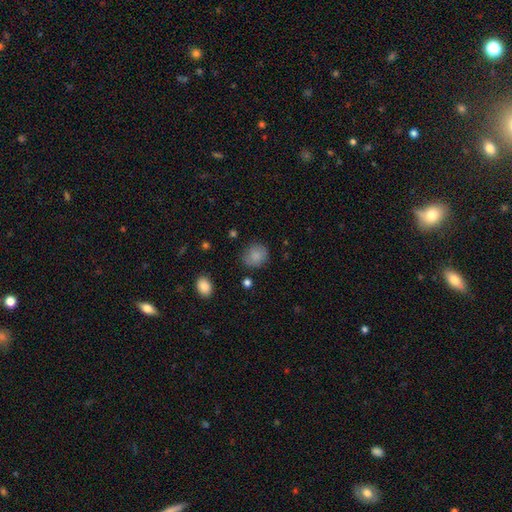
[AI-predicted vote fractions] The model was most divided on "how rounded": round: 75%, in between: 24%, cigar-shaped: 1%. More confident: smooth or featured — smooth (84%); merging — none (77%).